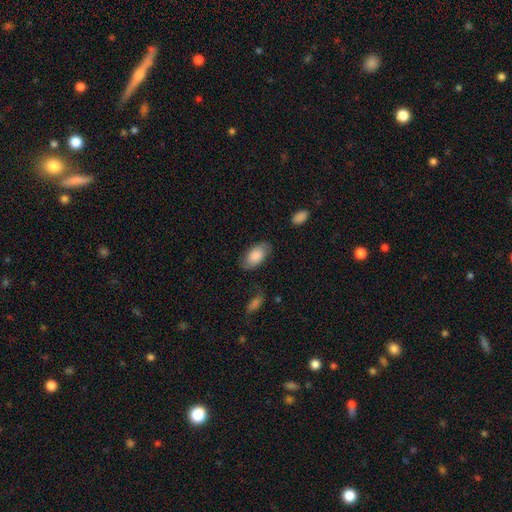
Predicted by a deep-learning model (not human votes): Smooth or featured? smooth (80%)
How rounded? in between (94%)
Merging? none (78%)